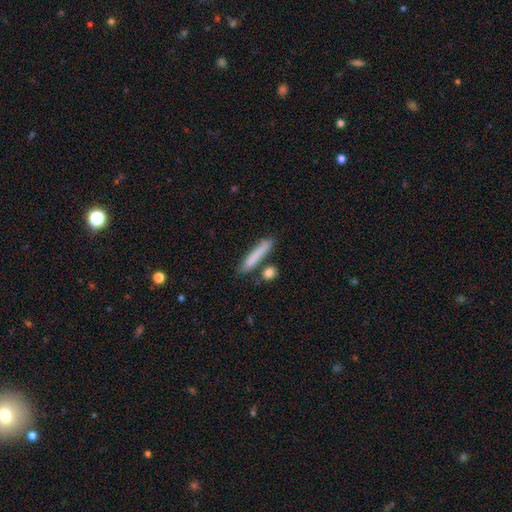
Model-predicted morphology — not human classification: The model was most divided on "merging": none: 74%, minor disturbance: 13%, merger: 10%, major disturbance: 4%. More confident: how rounded — cigar-shaped (90%); smooth or featured — smooth (79%).